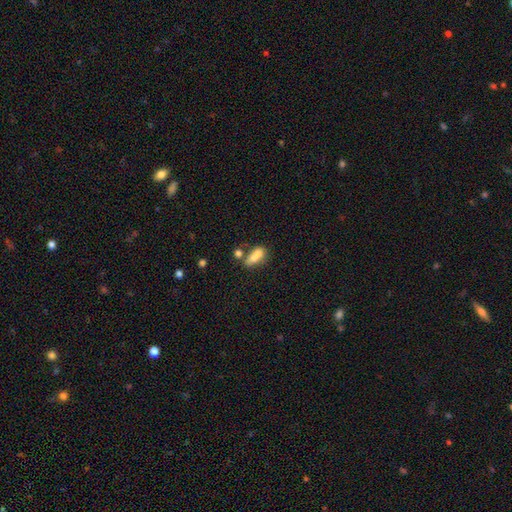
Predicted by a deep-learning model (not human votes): This appears to be a smooth galaxy with no disk features (69%) that is in between round and cigar-shaped (74%). Merging: merger (48%).